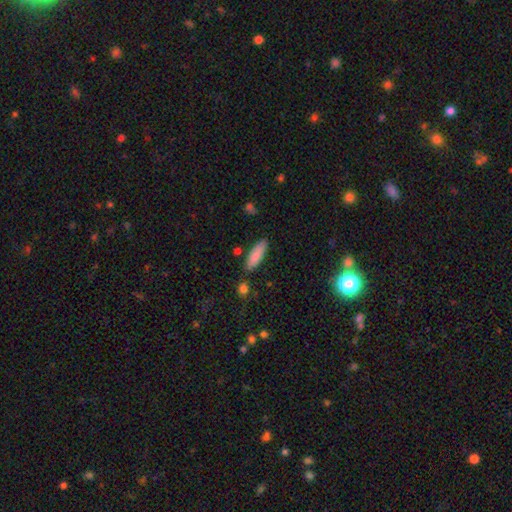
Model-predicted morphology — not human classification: smooth-or-featured: smooth: 85% | featured or disk: 8% | star or artifact: 6%
  how-rounded: in between: 52% | cigar-shaped: 46% | round: 2%
  merging: none: 82% | minor disturbance: 12% | merger: 4% | major disturbance: 3%